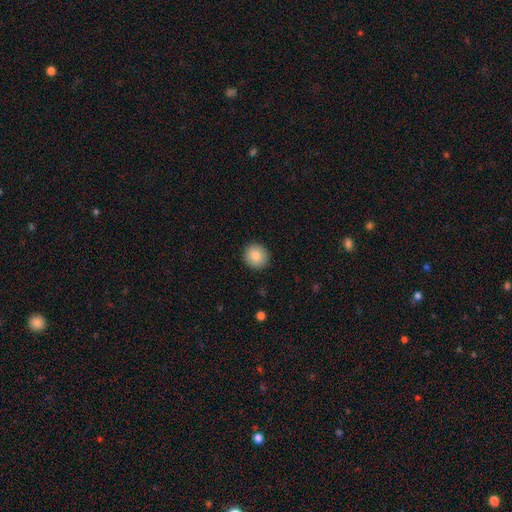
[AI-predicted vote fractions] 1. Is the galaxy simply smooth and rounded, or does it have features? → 84% smooth, 8% star or artifact, 8% featured or disk.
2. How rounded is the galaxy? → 89% round, 10% in between, 1% cigar-shaped.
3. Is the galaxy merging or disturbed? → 91% none, 6% minor disturbance, 2% major disturbance, 1% merger.